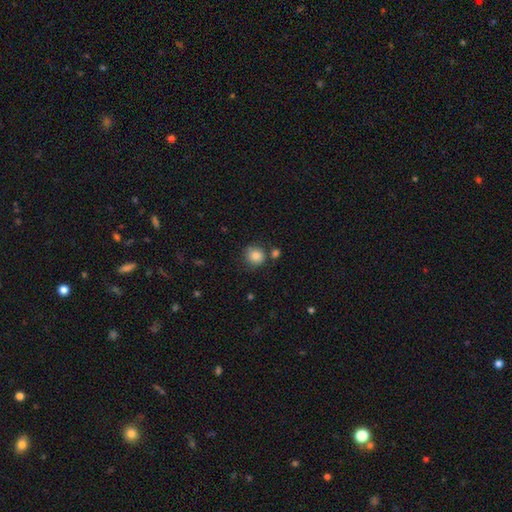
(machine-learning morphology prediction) Smooth or featured? Predicted: smooth (p=0.84). How rounded? Predicted: round (p=0.88). Merging? Predicted: none (p=0.70).